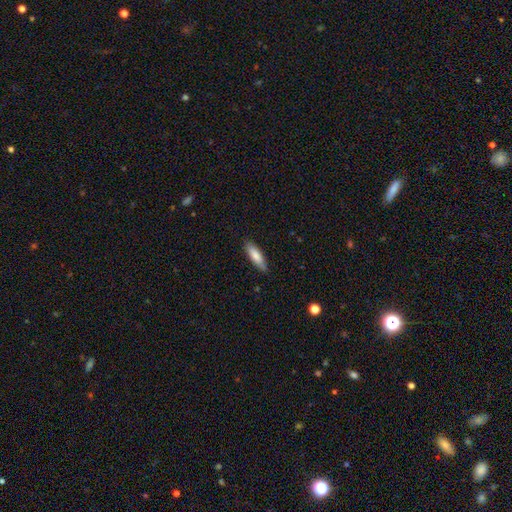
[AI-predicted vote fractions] Q: Smooth or featured?
A: smooth (81%); runner-up: featured or disk (13%)
Q: How rounded?
A: cigar-shaped (59%); runner-up: in between (39%)
Q: Merging?
A: none (86%); runner-up: minor disturbance (11%)